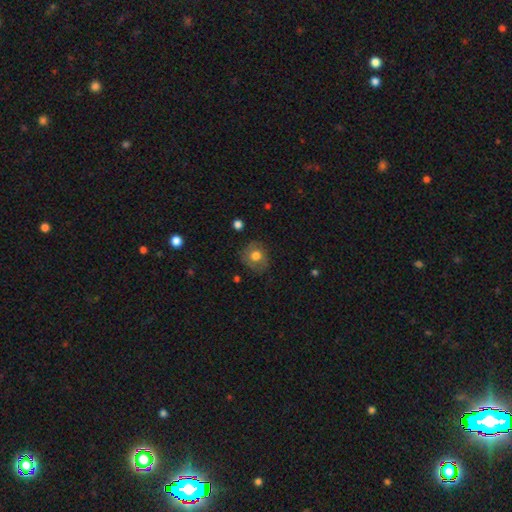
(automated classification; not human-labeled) Q: Smooth or featured?
A: smooth (66%); runner-up: featured or disk (26%)
Q: How rounded?
A: round (75%); runner-up: in between (24%)
Q: Merging?
A: none (75%); runner-up: minor disturbance (18%)